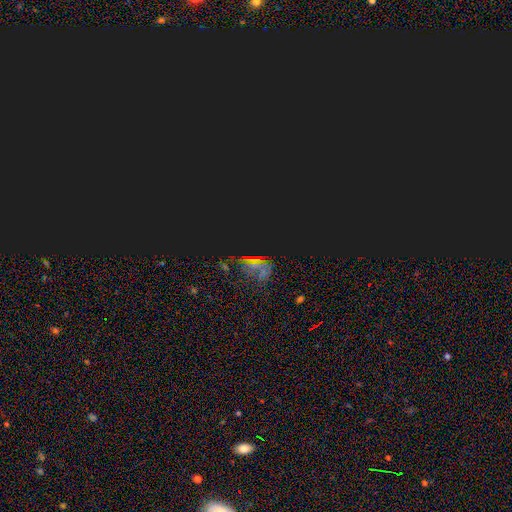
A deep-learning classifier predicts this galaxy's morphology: This is likely a star or artifact rather than a galaxy (69%).